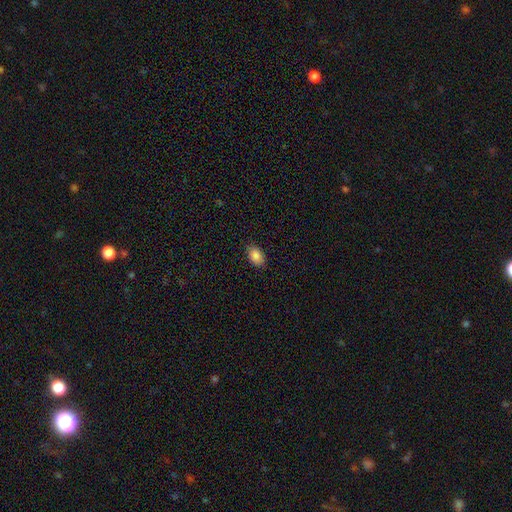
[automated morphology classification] smooth-or-featured: smooth: 87% | star or artifact: 8% | featured or disk: 5%
  how-rounded: in between: 86% | round: 12% | cigar-shaped: 1%
  merging: none: 86% | minor disturbance: 10% | major disturbance: 2% | merger: 1%